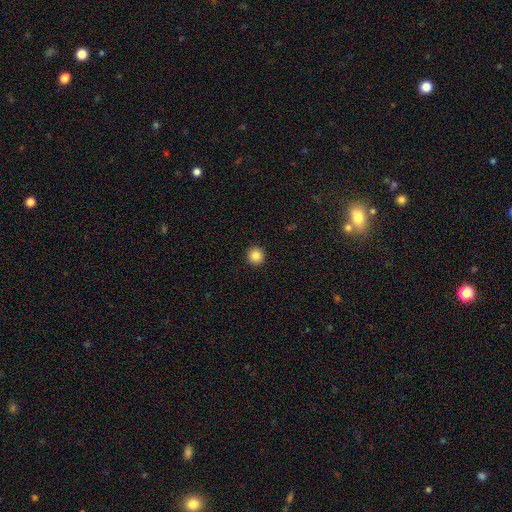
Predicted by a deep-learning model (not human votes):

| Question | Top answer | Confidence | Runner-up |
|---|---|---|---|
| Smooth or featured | smooth | 87% | star or artifact (10%) |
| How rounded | round | 95% | in between (4%) |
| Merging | none | 94% | minor disturbance (4%) |